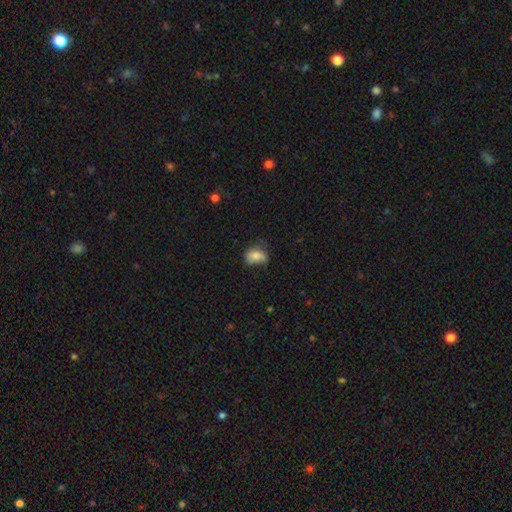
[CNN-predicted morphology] Smooth or featured?
  - smooth: 78% *
  - featured or disk: 13%
  - star or artifact: 9%
How rounded?
  - in between: 72% *
  - round: 26%
  - cigar-shaped: 1%
Merging?
  - none: 44% *
  - minor disturbance: 37%
  - major disturbance: 17%
  - merger: 2%